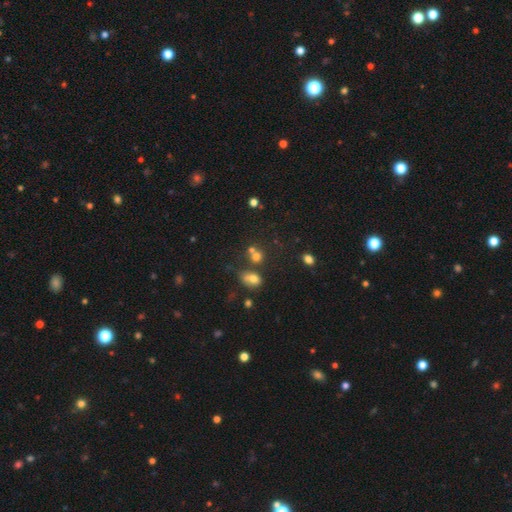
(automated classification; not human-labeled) Smooth or featured?
  - smooth: 68% *
  - star or artifact: 20%
  - featured or disk: 12%
How rounded?
  - round: 71% *
  - in between: 27%
  - cigar-shaped: 2%
Merging?
  - none: 47% *
  - merger: 36%
  - minor disturbance: 11%
  - major disturbance: 6%